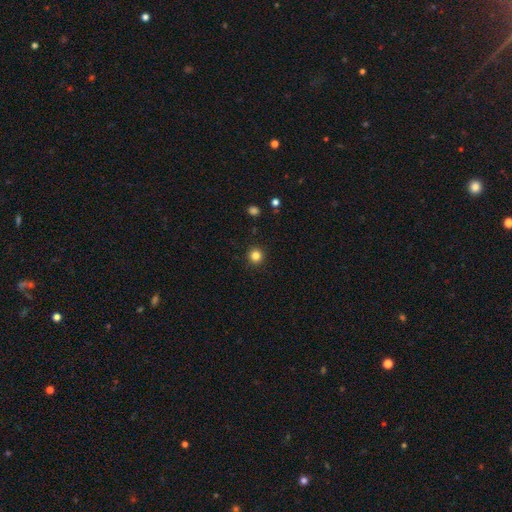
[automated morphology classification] Smooth or featured: smooth — 83% (star or artifact — 13%)
How rounded: round — 95% (in between — 4%)
Merging: none — 92% (minor disturbance — 5%)